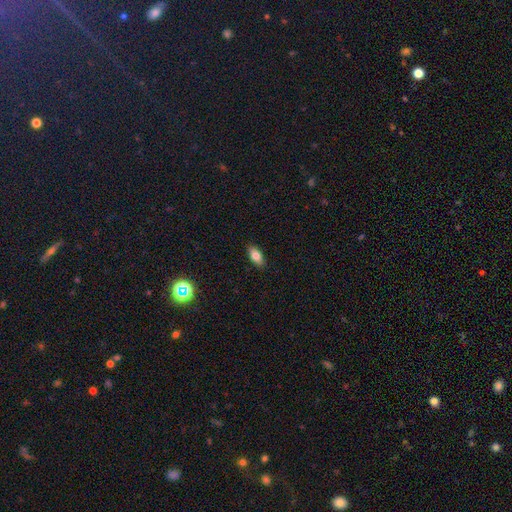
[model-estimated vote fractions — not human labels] Q: Smooth or featured?
A: smooth (80%); runner-up: featured or disk (12%)
Q: How rounded?
A: in between (89%); runner-up: cigar-shaped (8%)
Q: Merging?
A: none (89%); runner-up: minor disturbance (8%)